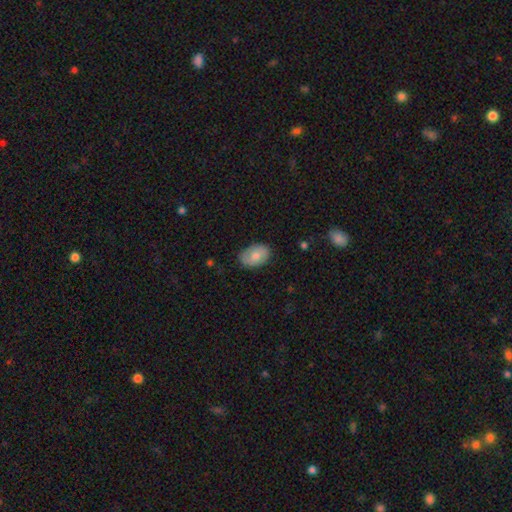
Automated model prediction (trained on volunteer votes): smooth 75%, featured or disk 18%, star or artifact 6%. Down the decision tree: how rounded — in between (88%); merging — none (77%).